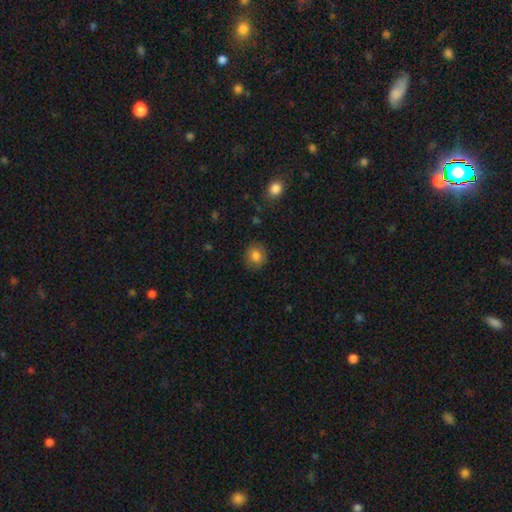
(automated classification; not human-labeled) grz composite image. It shows a smooth galaxy with no disk features (81%) that is round (81%). Merging: none (84%).